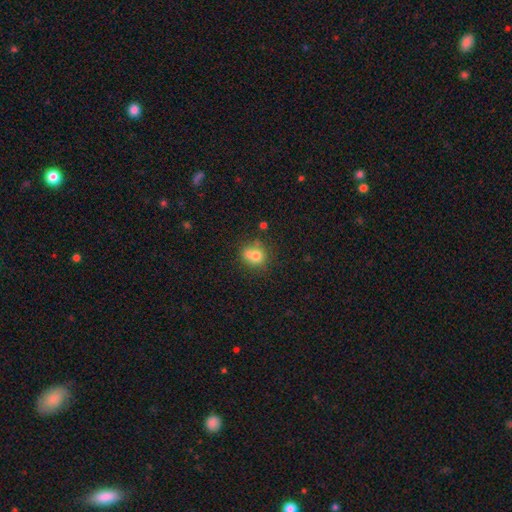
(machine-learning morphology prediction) A smooth galaxy with no disk features (75%) that is round (68%). Merging: none (52%).